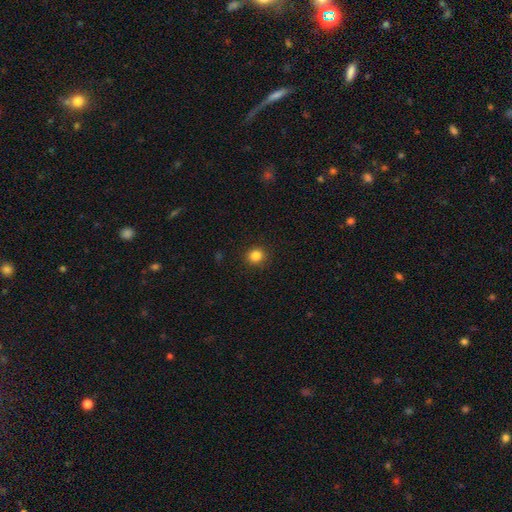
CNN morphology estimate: type=smooth (84%); roundness=round (89%); merging=none (91%).